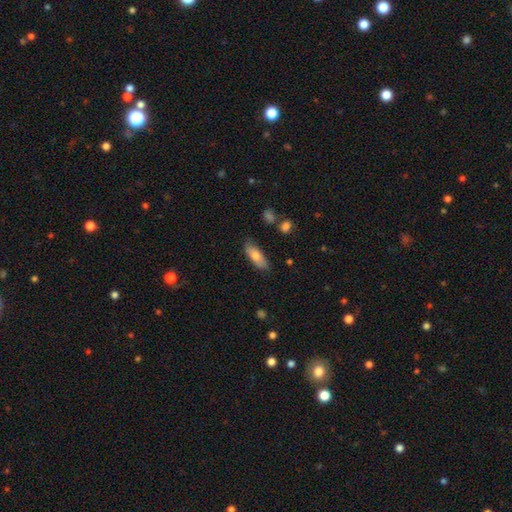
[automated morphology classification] The model was most divided on "how rounded": in between: 71%, cigar-shaped: 27%, round: 2%. More confident: merging — none (79%); smooth or featured — smooth (78%).